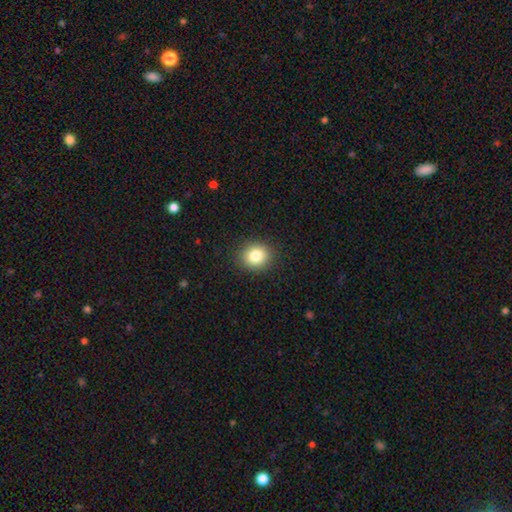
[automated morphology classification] type=smooth (82%); roundness=round (73%); merging=none (90%).